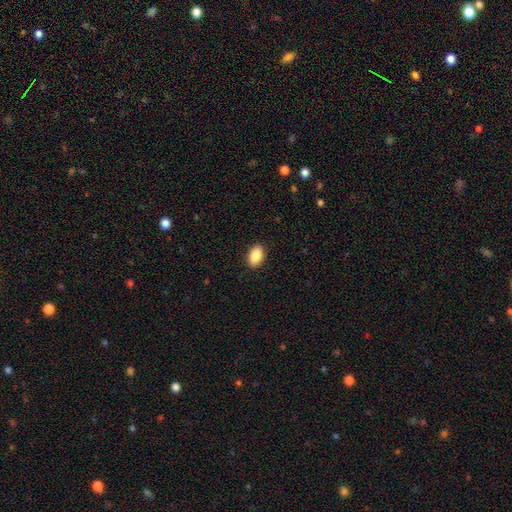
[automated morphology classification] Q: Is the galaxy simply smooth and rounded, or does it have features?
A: smooth — 89%.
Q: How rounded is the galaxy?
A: in between — 91%.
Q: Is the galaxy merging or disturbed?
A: none — 90%.